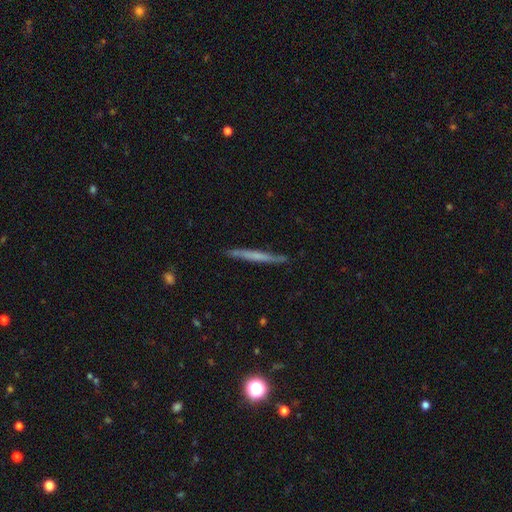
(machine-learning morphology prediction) Smooth or featured?
  - smooth: 49% *
  - featured or disk: 45%
  - star or artifact: 6%
Merging?
  - none: 86% *
  - minor disturbance: 10%
  - major disturbance: 2%
  - merger: 1%